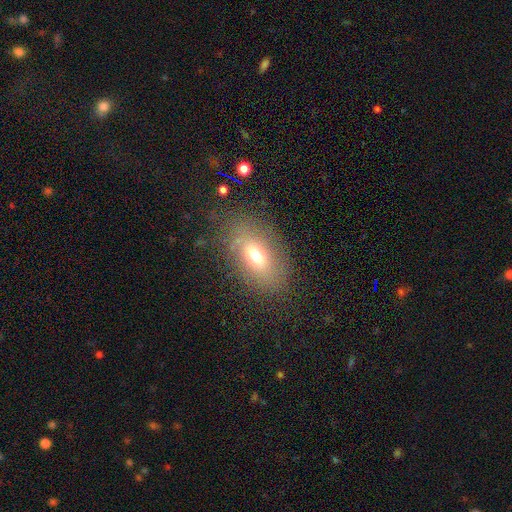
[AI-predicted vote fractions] Smooth or featured? smooth (67%)
How rounded? in between (82%)
Merging? none (76%)